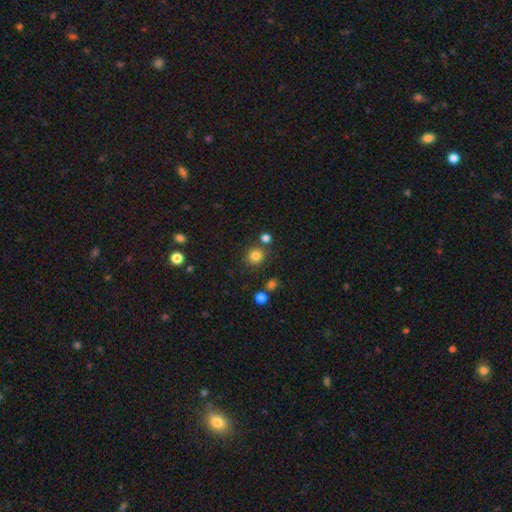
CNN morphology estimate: This appears to be a smooth galaxy with no disk features (82%) that is round (86%). Merging: none (77%).